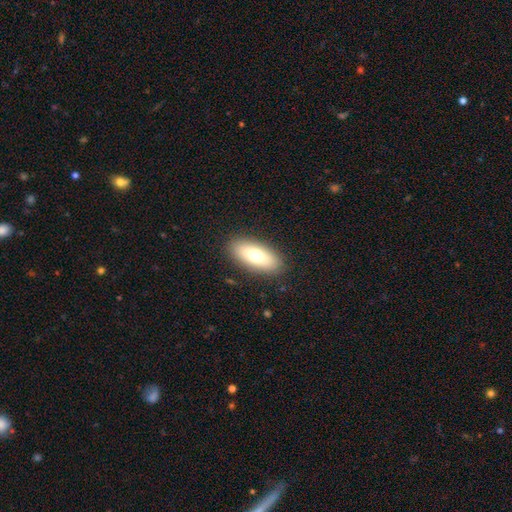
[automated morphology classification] Overall: smooth (73%). How rounded: in between (82%). Merging: none (88%).